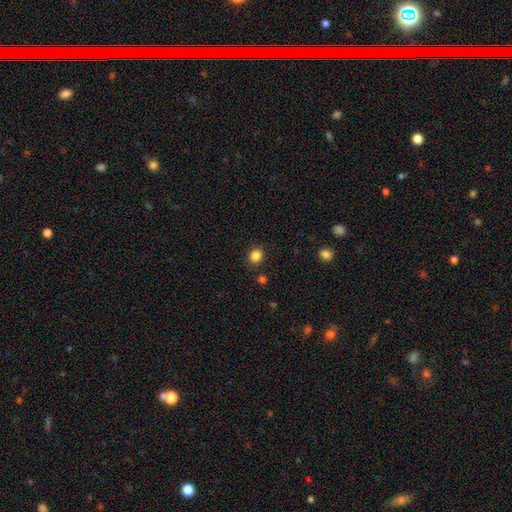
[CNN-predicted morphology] Smooth or featured?
  - smooth: 84% *
  - star or artifact: 12%
  - featured or disk: 4%
How rounded?
  - round: 81% *
  - in between: 19%
  - cigar-shaped: 1%
Merging?
  - none: 89% *
  - minor disturbance: 7%
  - merger: 2%
  - major disturbance: 2%